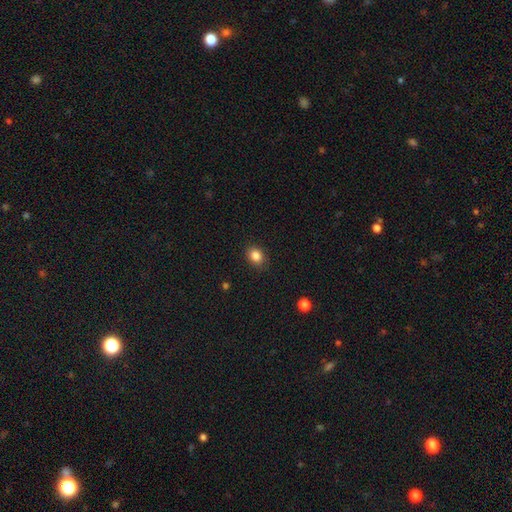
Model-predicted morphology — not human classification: Overall: smooth (85%). How rounded: in between (56%; round 43%). Merging: none (86%).